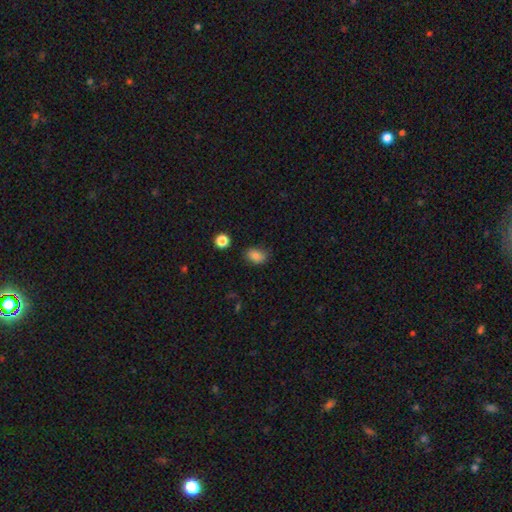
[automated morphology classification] This is clearly a smooth galaxy (83%). How rounded: likely in between (76%). Merging: likely none (78%).